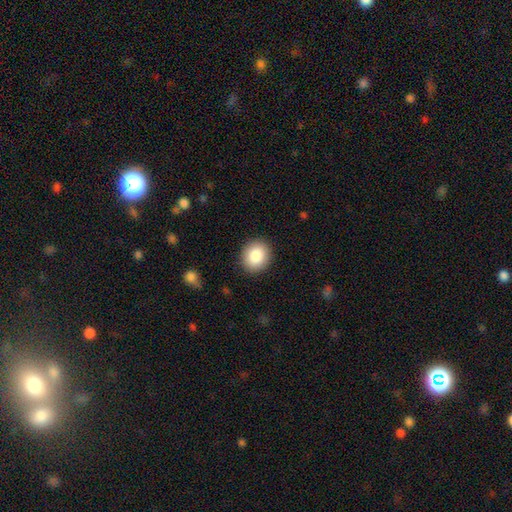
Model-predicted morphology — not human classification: This is clearly a smooth galaxy (86%). How rounded: likely round (73%). Merging: clearly none (90%).